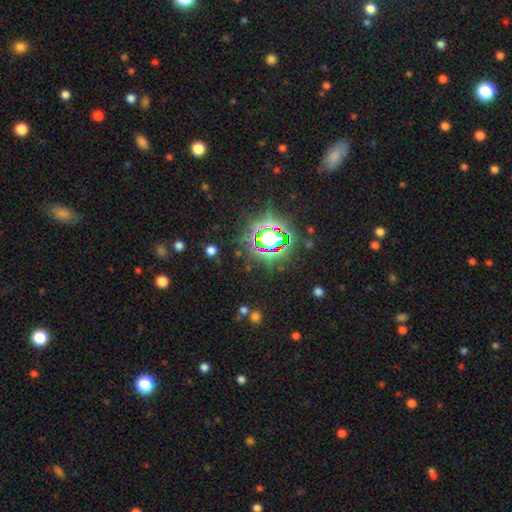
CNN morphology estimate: smooth_or_featured: star or artifact (p=0.80) [alt: smooth p=0.12]